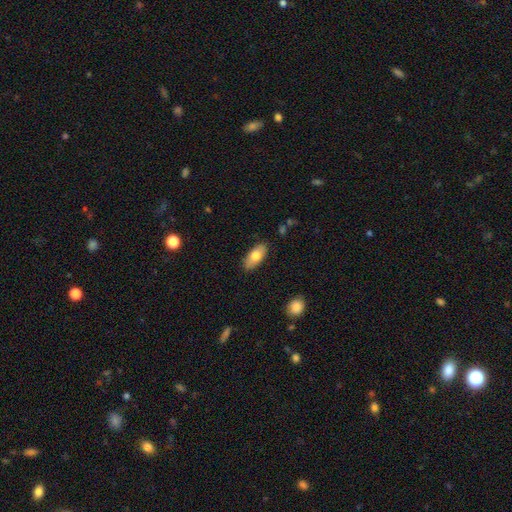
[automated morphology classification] Smooth or featured? smooth (74%)
How rounded? in between (87%)
Merging? none (86%)